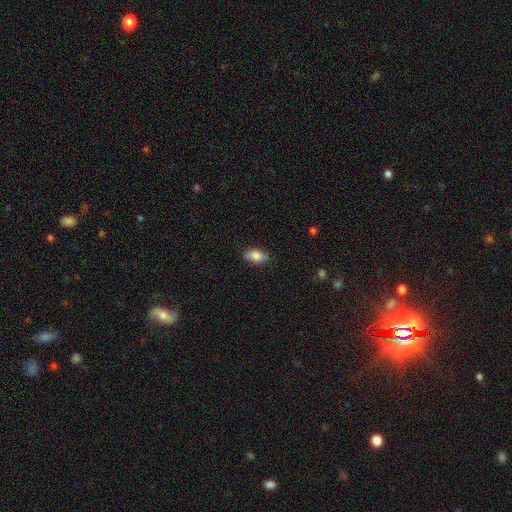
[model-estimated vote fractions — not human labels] Smooth or featured: smooth — 84% (featured or disk — 8%)
How rounded: in between — 90% (round — 7%)
Merging: none — 84% (minor disturbance — 12%)